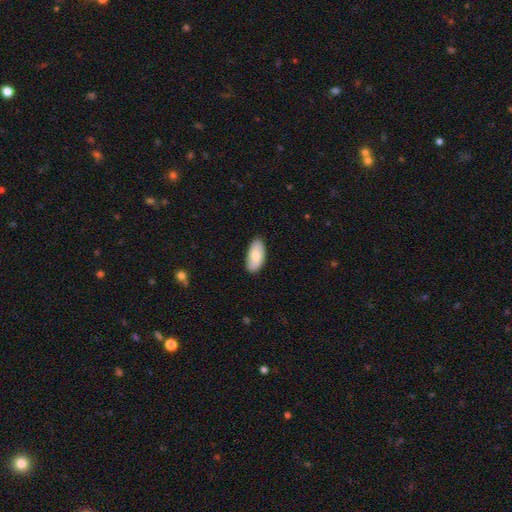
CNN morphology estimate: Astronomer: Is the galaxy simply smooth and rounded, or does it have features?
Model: smooth — 77%.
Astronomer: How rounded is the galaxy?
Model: in between — 93%.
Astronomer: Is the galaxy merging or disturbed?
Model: none — 86%.